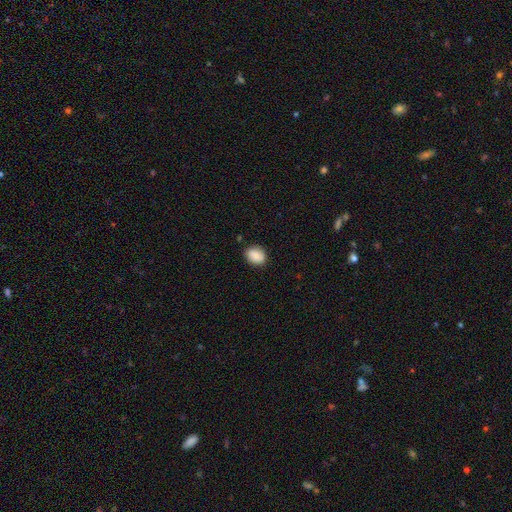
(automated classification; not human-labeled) The model was most divided on "how rounded": in between: 53%, round: 46%, cigar-shaped: 1%. More confident: smooth or featured — smooth (84%); merging — none (83%).